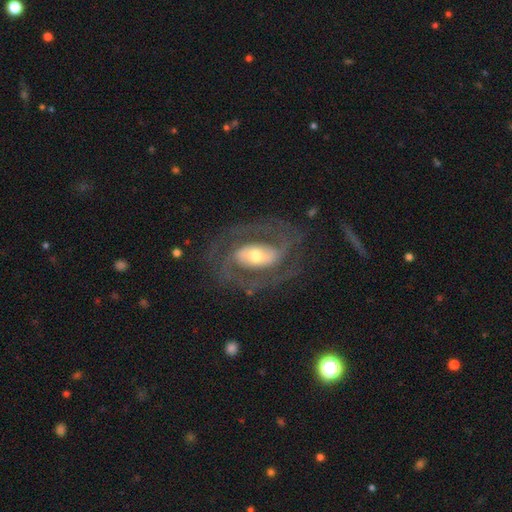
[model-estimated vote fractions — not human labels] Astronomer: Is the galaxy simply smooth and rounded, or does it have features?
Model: featured or disk — 86%.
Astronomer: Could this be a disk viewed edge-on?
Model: no — 96%.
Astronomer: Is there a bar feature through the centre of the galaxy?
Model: strong — 36% (runner-up: weak, 33%).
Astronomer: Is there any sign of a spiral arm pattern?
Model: yes — 91%.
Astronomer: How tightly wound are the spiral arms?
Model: medium — 47% (runner-up: tight, 39%).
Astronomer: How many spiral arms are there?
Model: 2 — 80%.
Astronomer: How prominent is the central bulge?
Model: moderate — 61%.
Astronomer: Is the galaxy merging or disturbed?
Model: none — 75%.